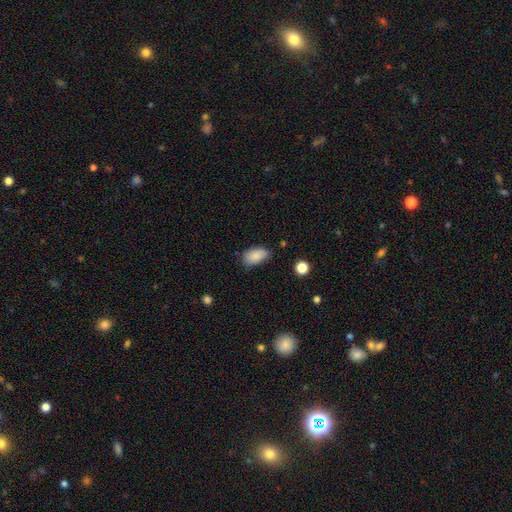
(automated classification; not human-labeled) Q: Smooth or featured?
A: smooth (86%); runner-up: star or artifact (8%)
Q: How rounded?
A: in between (93%); runner-up: round (5%)
Q: Merging?
A: none (65%); runner-up: minor disturbance (27%)